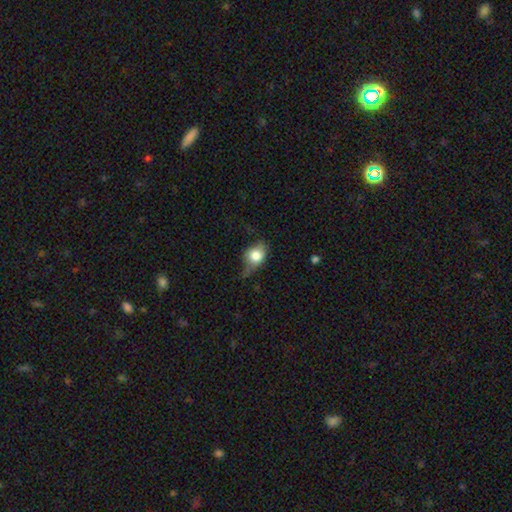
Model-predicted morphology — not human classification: Q: Smooth or featured?
A: smooth (74%); runner-up: featured or disk (18%)
Q: How rounded?
A: in between (53%); runner-up: round (45%)
Q: Merging?
A: minor disturbance (39%); runner-up: none (37%)